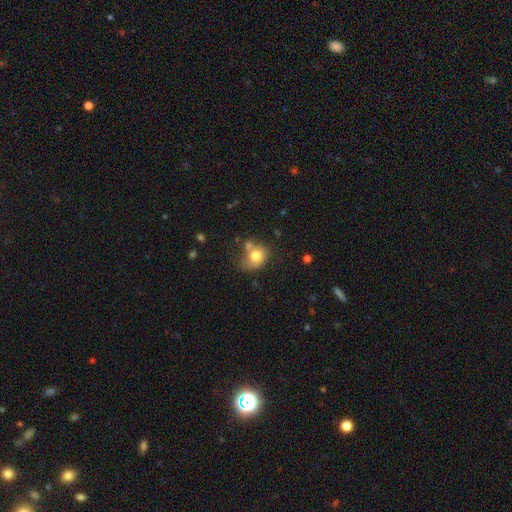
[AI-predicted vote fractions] Smooth or featured?
  - smooth: 75% *
  - featured or disk: 15%
  - star or artifact: 10%
How rounded?
  - round: 52% *
  - in between: 47%
  - cigar-shaped: 1%
Merging?
  - none: 41% *
  - merger: 25%
  - minor disturbance: 24%
  - major disturbance: 11%